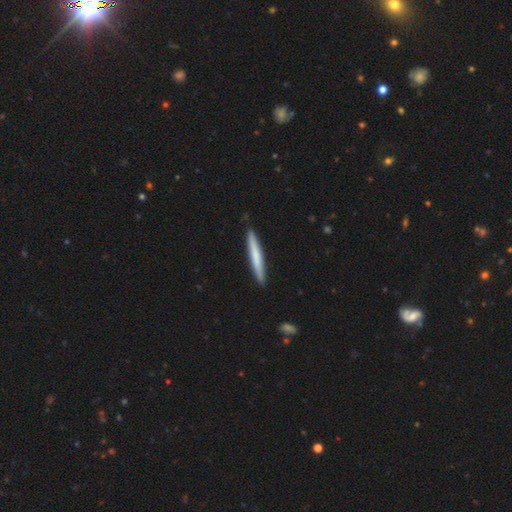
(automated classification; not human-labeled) A smooth galaxy with no disk features (65%) that is cigar-shaped (96%). Merging: none (91%).